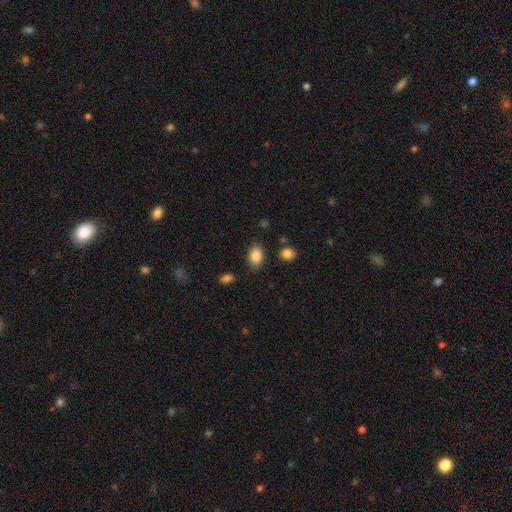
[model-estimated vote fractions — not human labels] smooth 86%, star or artifact 8%, featured or disk 6%. Down the decision tree: how rounded — in between (82%); merging — none (81%).